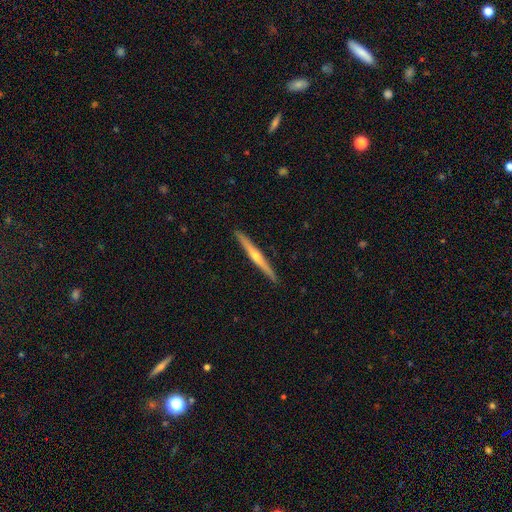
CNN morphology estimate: Smooth or featured? featured or disk (73%)
Edge-on disk? yes (98%)
Edge-on bulge? rounded (83%)
Merging? none (92%)